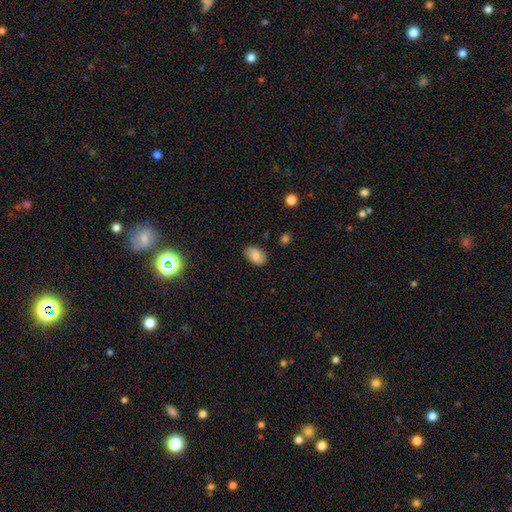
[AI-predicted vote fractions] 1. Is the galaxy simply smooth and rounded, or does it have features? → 80% smooth, 11% featured or disk, 9% star or artifact.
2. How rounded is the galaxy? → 90% in between, 8% round, 1% cigar-shaped.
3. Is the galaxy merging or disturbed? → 81% none, 15% minor disturbance, 3% major disturbance, 1% merger.